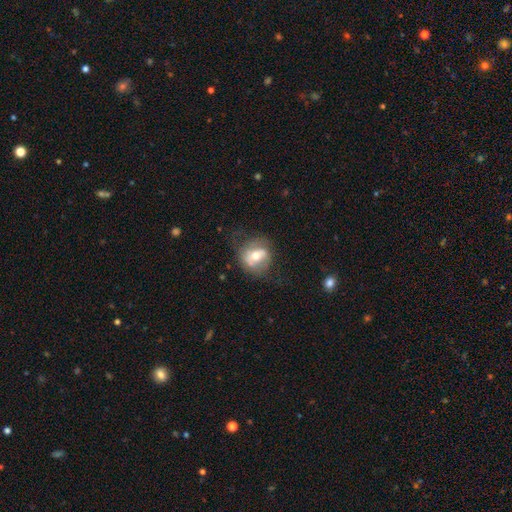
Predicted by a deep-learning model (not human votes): smooth-or-featured: smooth: 46% | featured or disk: 45% | star or artifact: 9%
  merging: none: 58% | minor disturbance: 23% | major disturbance: 16% | merger: 3%